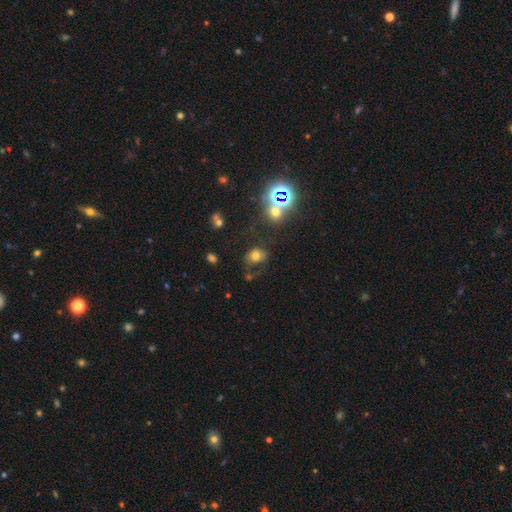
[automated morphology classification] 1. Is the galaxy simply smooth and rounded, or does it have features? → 64% smooth, 22% star or artifact, 14% featured or disk.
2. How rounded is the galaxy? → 59% in between, 39% round, 1% cigar-shaped.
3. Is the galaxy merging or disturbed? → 63% none, 19% minor disturbance, 11% major disturbance, 7% merger.